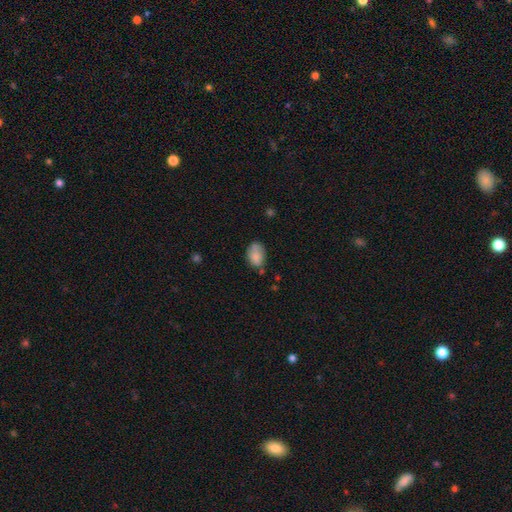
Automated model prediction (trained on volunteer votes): smooth_or_featured: smooth (p=0.80) [alt: featured or disk p=0.12]
how_rounded: in between (p=0.82) [alt: round p=0.16]
merging: none (p=0.55) [alt: minor disturbance p=0.29]